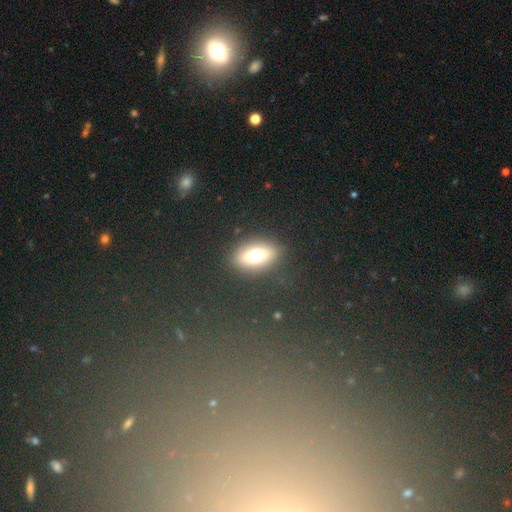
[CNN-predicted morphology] A smooth galaxy with no disk features (66%) that is in between round and cigar-shaped (79%).

Vote fractions:
- Smooth or featured? smooth: 66% / featured or disk: 22% / star or artifact: 11%
- How rounded? in between: 79% / round: 12% / cigar-shaped: 9%
- Merging? none: 86% / minor disturbance: 9% / major disturbance: 4% / merger: 1%